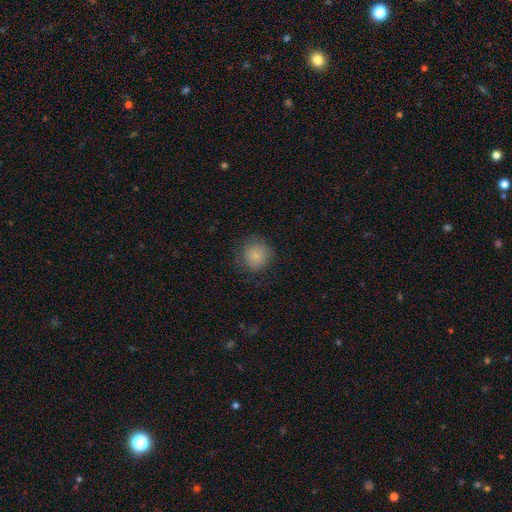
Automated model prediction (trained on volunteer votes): A smooth galaxy with no disk features (82%) that is round (91%).

Vote fractions:
- Smooth or featured? smooth: 82% / star or artifact: 9% / featured or disk: 8%
- How rounded? round: 91% / in between: 8% / cigar-shaped: 1%
- Merging? none: 79% / minor disturbance: 14% / major disturbance: 5% / merger: 1%